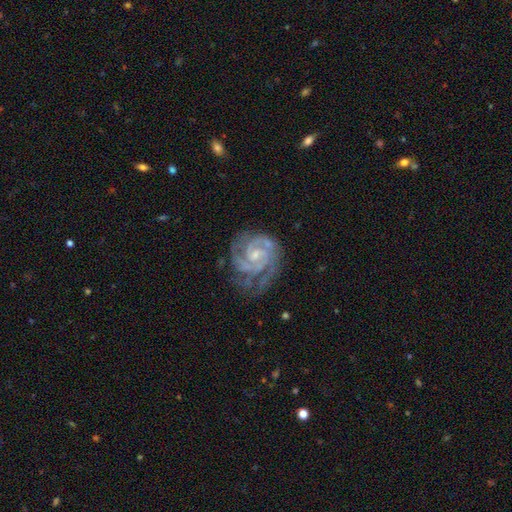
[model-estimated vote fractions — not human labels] A featured or disk galaxy (90%) with no bar (50%), 2 (42%) tight (63%) spiral arms (98%) and a small central bulge (63%). Merging: none (62%).